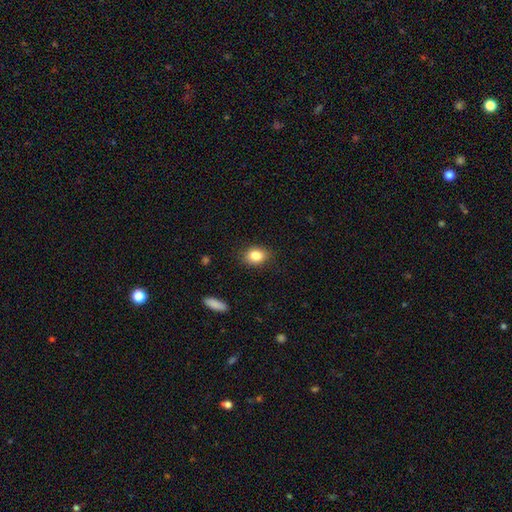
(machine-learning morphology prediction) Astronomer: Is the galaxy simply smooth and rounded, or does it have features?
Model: smooth — 84%.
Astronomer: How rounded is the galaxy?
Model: in between — 62% (runner-up: round, 37%).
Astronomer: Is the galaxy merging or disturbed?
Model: none — 85%.